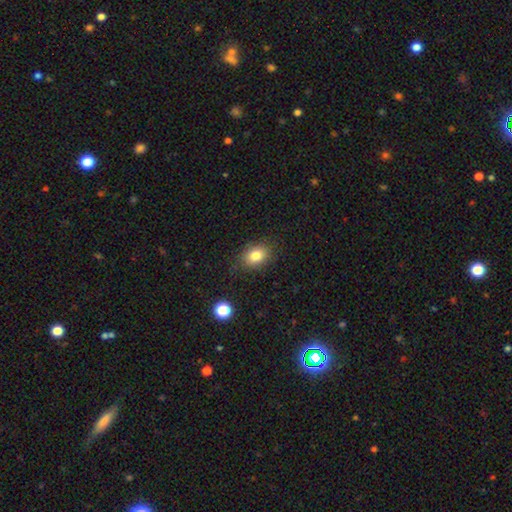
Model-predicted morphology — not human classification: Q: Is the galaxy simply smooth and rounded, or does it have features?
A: smooth — 82%.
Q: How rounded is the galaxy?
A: in between — 68%.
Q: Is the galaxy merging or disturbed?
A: none — 83%.